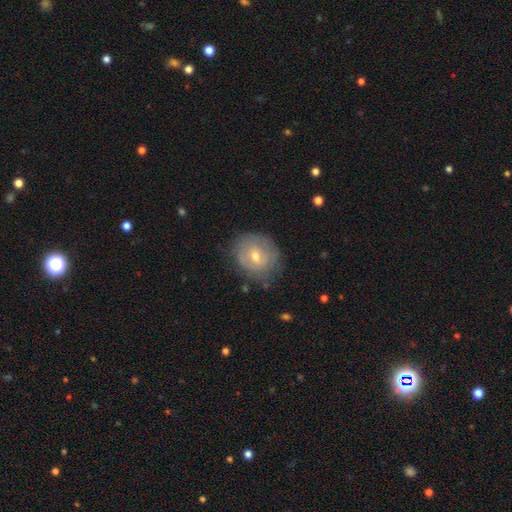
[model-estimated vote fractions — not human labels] smooth_or_featured: featured or disk (p=0.54) [alt: smooth p=0.37]
disk_edge_on: no (p=0.95) [alt: yes p=0.05]
bar: no (p=0.48) [alt: weak p=0.42]
has_spiral_arms: yes (p=0.60) [alt: no p=0.40]
bulge_size: moderate (p=0.55) [alt: small p=0.42]
merging: none (p=0.72) [alt: minor disturbance p=0.20]